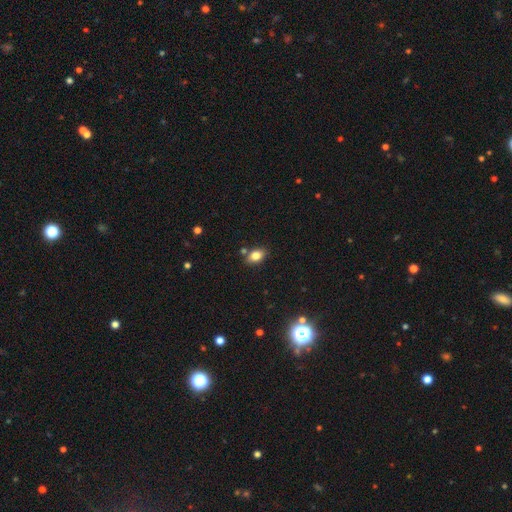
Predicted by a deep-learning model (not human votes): The model was most divided on "merging": none: 78%, minor disturbance: 12%, merger: 7%, major disturbance: 3%. More confident: how rounded — in between (83%); smooth or featured — smooth (81%).